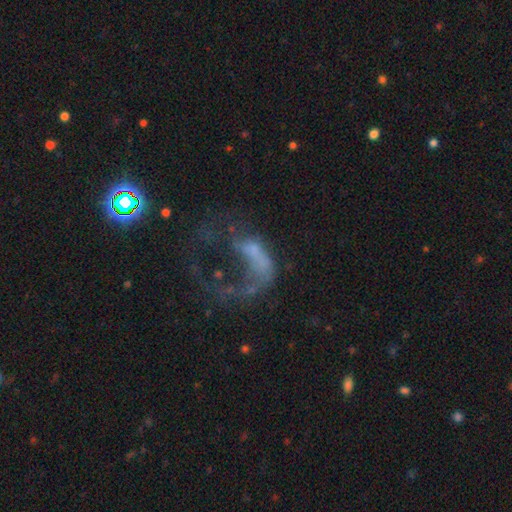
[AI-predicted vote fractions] featured or disk 58%, smooth 25%, star or artifact 17%. Down the decision tree: edge-on disk — no (96%); bar — no (77%); spiral arms — no (65%); bulge size — none (57%); merging — major disturbance (60%).